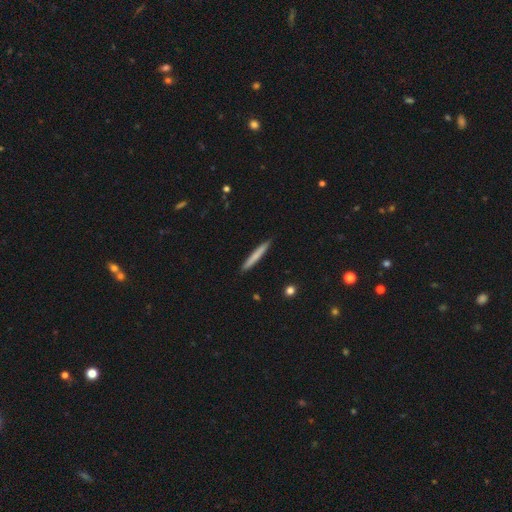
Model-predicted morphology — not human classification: type=smooth (71%); roundness=cigar-shaped (96%); merging=none (90%).